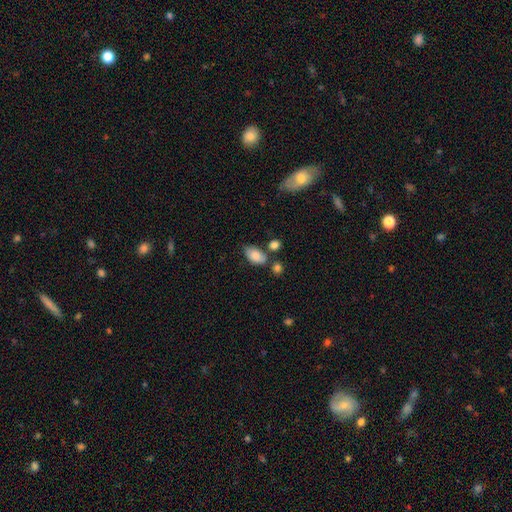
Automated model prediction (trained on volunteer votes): smooth_or_featured: smooth (p=0.83) [alt: featured or disk p=0.10]
how_rounded: in between (p=0.92) [alt: round p=0.06]
merging: none (p=0.61) [alt: minor disturbance p=0.20]